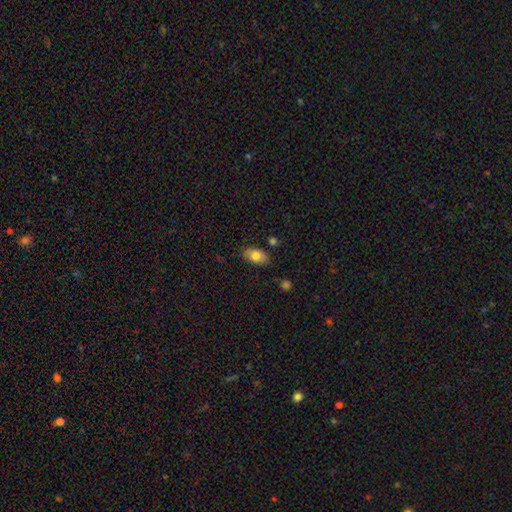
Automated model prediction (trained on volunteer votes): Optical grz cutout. It shows a smooth galaxy with no disk features (79%) that is in between round and cigar-shaped (91%). Merging: none (82%).